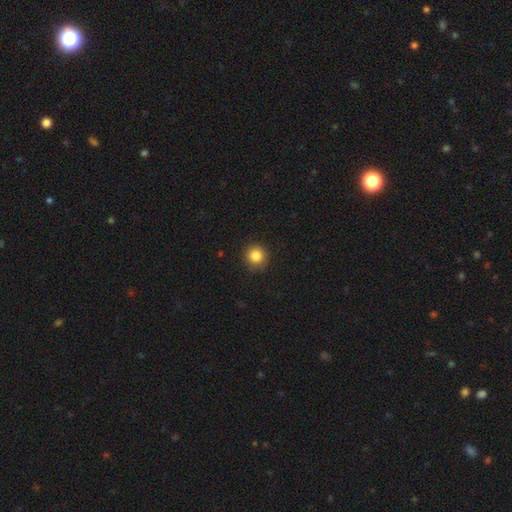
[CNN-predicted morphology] Smooth or featured?
  - smooth: 84% *
  - star or artifact: 11%
  - featured or disk: 5%
How rounded?
  - round: 93% *
  - in between: 6%
  - cigar-shaped: 1%
Merging?
  - none: 89% *
  - minor disturbance: 8%
  - major disturbance: 2%
  - merger: 1%